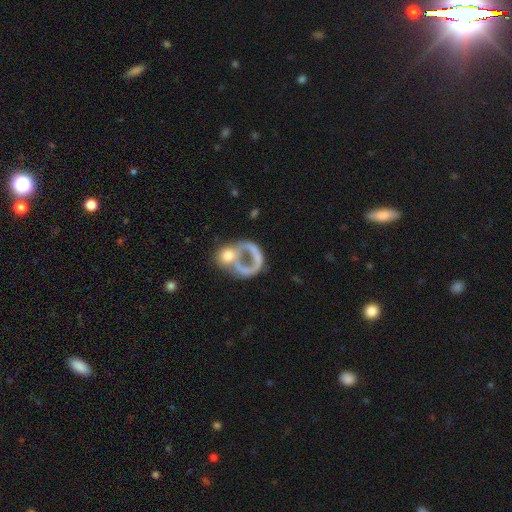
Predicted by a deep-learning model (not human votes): The model was most divided on "smooth or featured": featured or disk: 52%, smooth: 36%, star or artifact: 12%. Remaining: edge-on disk — no (97%); bar — no (89%); spiral arms — no (82%); bulge size — none (50%); merging — major disturbance (45%).